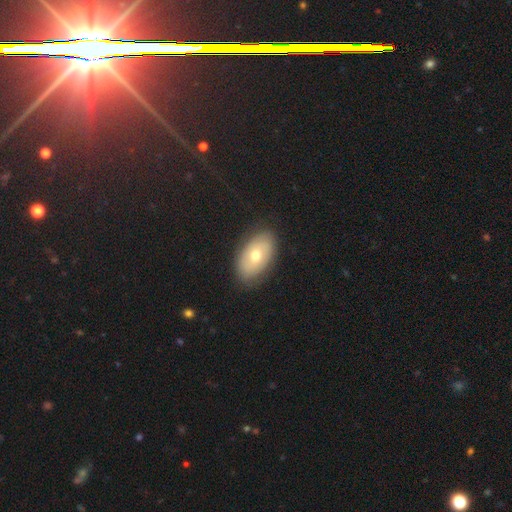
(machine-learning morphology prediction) Smooth or featured? Predicted: smooth (p=0.57). How rounded? Predicted: in between (p=0.91). Merging? Predicted: none (p=0.83).